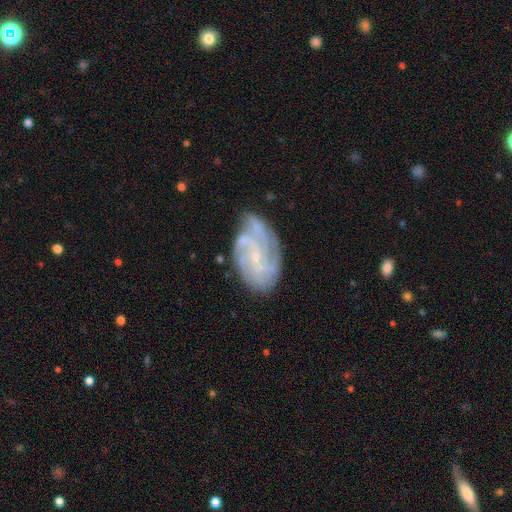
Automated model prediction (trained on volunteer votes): This is clearly a featured or disk galaxy (82%). It is clearly not viewed edge-on (97%). Bar: possibly no (53%). Spiral arm pattern: clearly yes (93%). Spiral arm count: marginally can't tell (29%). Spiral winding: possibly tight (55%). Central bulge: likely small (79%). Merging: likely none (68%).